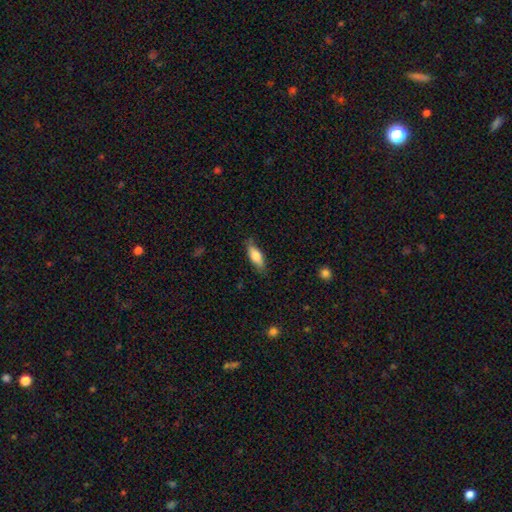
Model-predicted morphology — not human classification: type=smooth (76%); roundness=in between (66%); merging=none (78%).